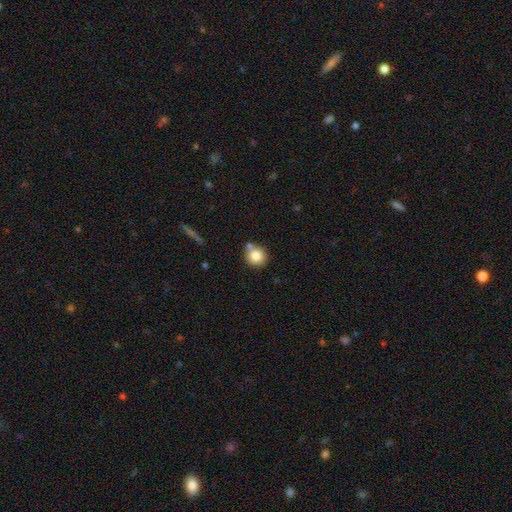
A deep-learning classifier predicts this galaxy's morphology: Overall: smooth (80%). How rounded: round (90%). Merging: none (70%).